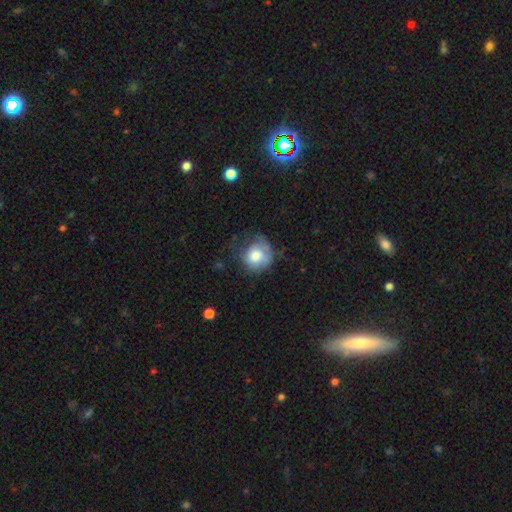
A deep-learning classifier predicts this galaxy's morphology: A smooth galaxy with no disk features (71%) that is round (82%). Merging: none (48%).